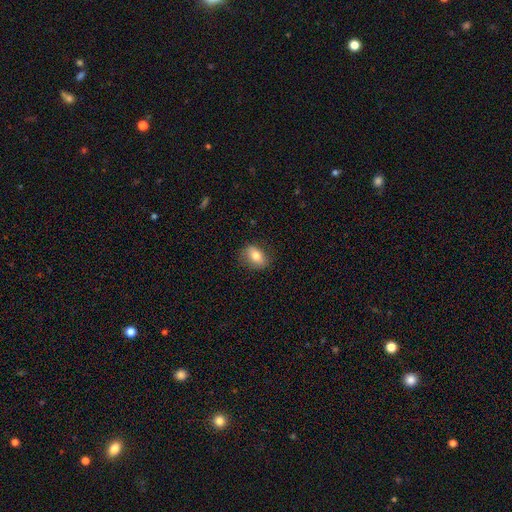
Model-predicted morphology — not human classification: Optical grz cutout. It shows a smooth galaxy with no disk features (74%) that is in between round and cigar-shaped (79%). Merging: none (79%).